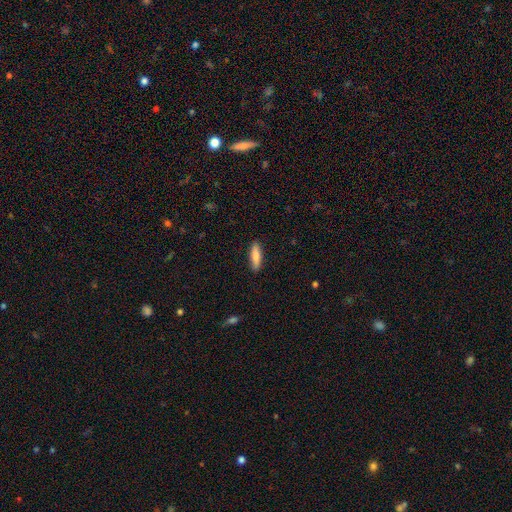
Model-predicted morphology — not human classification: type=smooth (83%); roundness=cigar-shaped (65%); merging=none (88%).